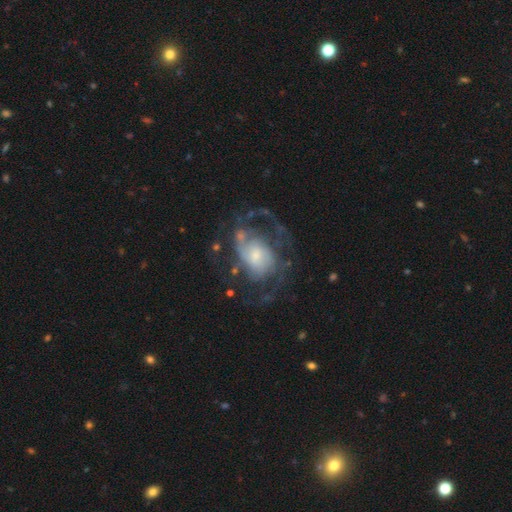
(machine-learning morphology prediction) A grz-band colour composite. It shows a featured or disk galaxy (80%) with no bar (64%), 2 (36%) medium (44%) spiral arms (86%) and a small central bulge (44%). Merging: none (49%).